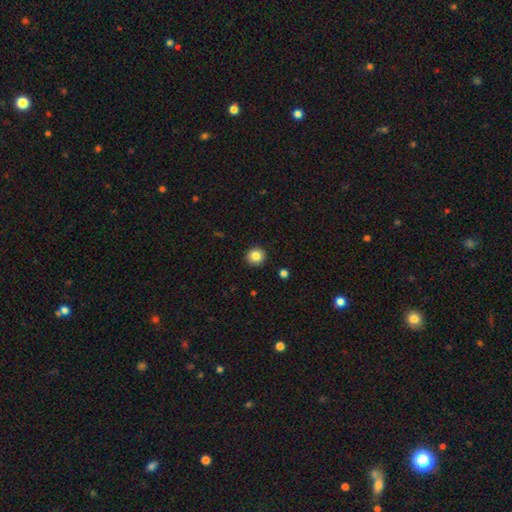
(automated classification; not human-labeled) Q: Smooth or featured?
A: smooth (85%); runner-up: star or artifact (10%)
Q: How rounded?
A: round (93%); runner-up: in between (6%)
Q: Merging?
A: none (92%); runner-up: minor disturbance (5%)